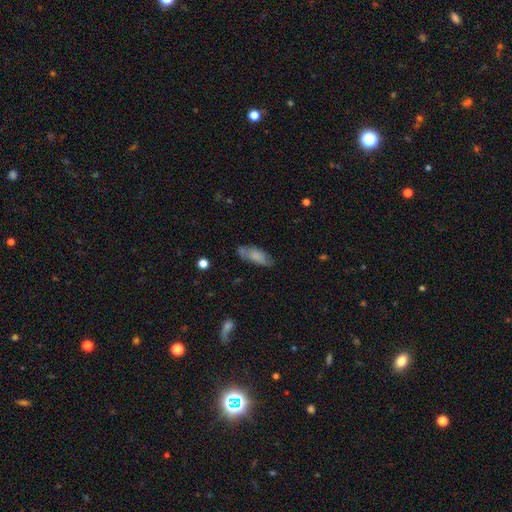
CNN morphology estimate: The model was most divided on "merging": none: 64%, minor disturbance: 24%, major disturbance: 7%, merger: 6%. More confident: how rounded — in between (76%); smooth or featured — smooth (73%).